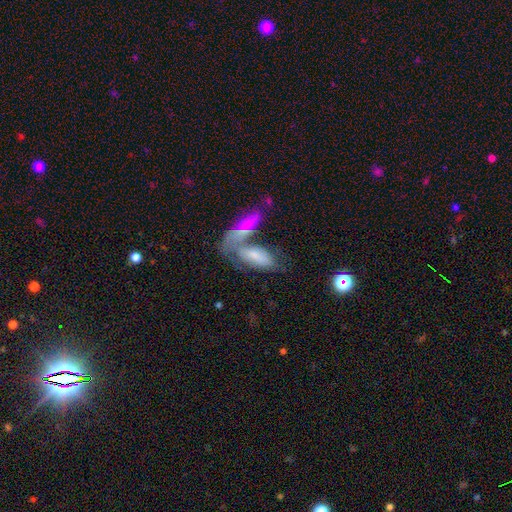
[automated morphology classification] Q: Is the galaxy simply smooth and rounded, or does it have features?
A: smooth — 59%.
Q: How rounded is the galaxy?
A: in between — 76%.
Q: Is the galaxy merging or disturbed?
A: merger — 52%.